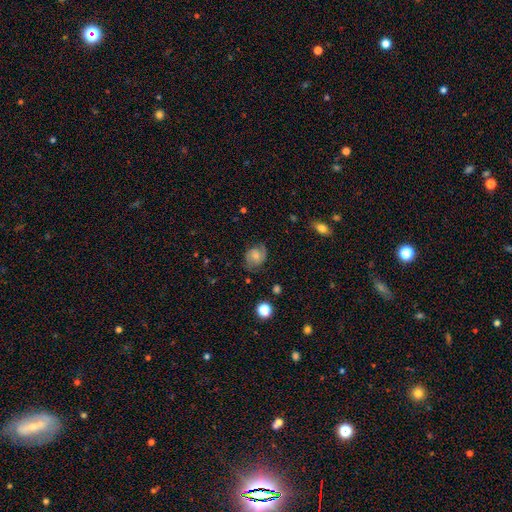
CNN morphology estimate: A featured or disk galaxy (56%) with no bar (57%), spiral arms (89%) and a small central bulge (50%). Merging: none (70%).